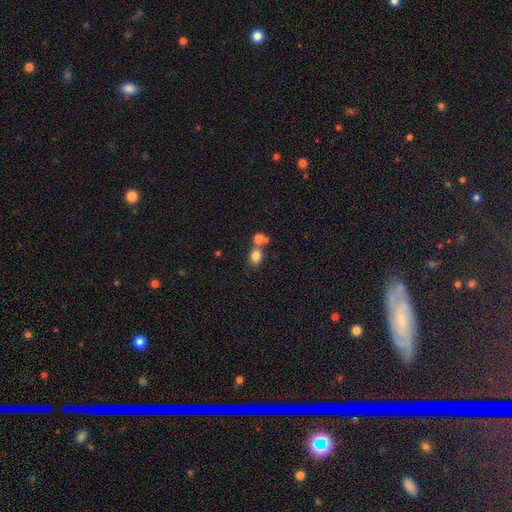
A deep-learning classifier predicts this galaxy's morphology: A smooth galaxy with no disk features (82%) that is in between round and cigar-shaped (55%). Merging: none (46%).